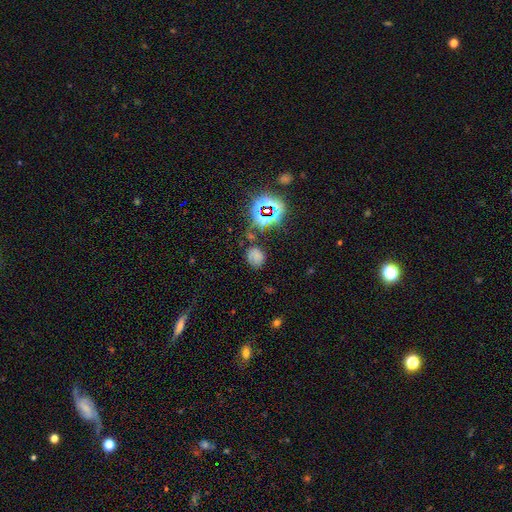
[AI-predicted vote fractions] Morphology: type=smooth (55%); roundness=round (56%); merging=none (62%).